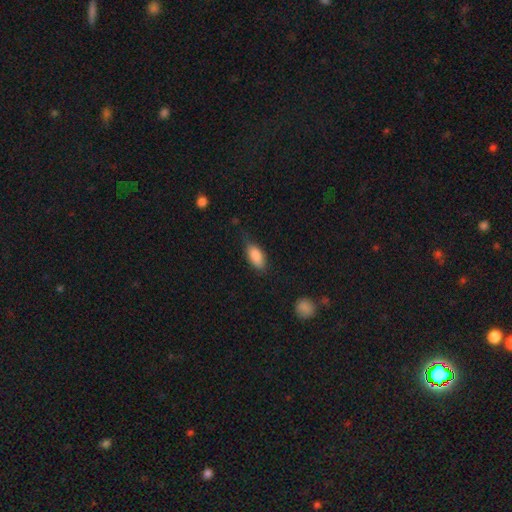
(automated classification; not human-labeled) Smooth or featured? Predicted: smooth (p=0.87). How rounded? Predicted: in between (p=0.88). Merging? Predicted: none (p=0.67).